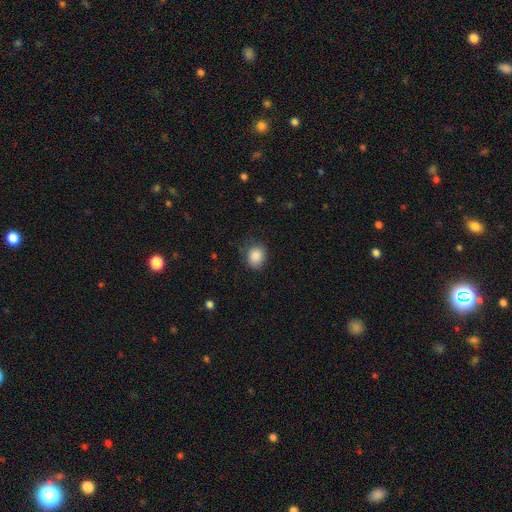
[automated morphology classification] smooth_or_featured: smooth (p=0.87) [alt: star or artifact p=0.08]
how_rounded: round (p=0.60) [alt: in between p=0.39]
merging: none (p=0.74) [alt: minor disturbance p=0.20]